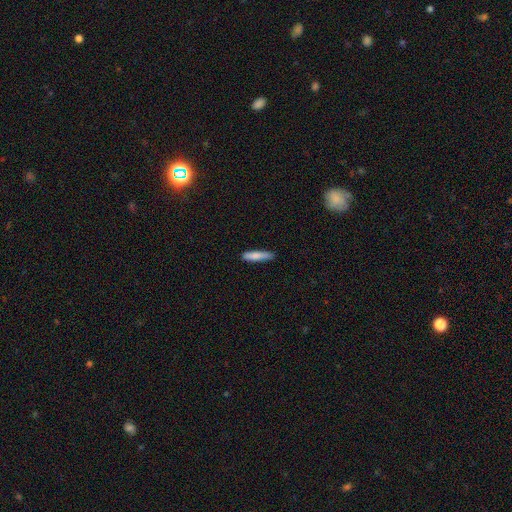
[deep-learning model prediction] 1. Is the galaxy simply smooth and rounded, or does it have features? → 81% smooth, 13% featured or disk, 6% star or artifact.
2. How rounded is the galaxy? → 84% cigar-shaped, 15% in between, 1% round.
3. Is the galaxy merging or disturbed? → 84% none, 12% minor disturbance, 2% major disturbance, 1% merger.